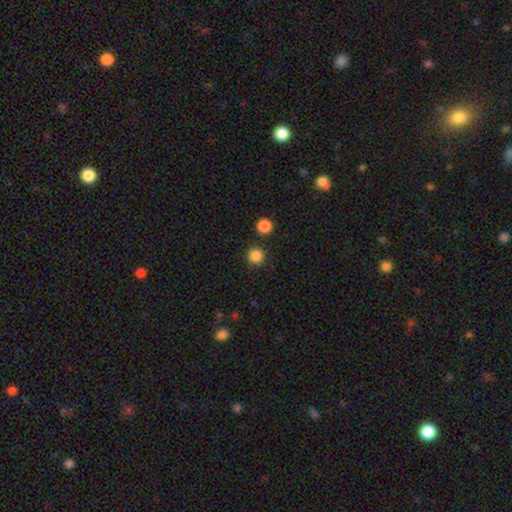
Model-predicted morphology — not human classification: type=smooth (85%); roundness=round (95%); merging=none (89%).